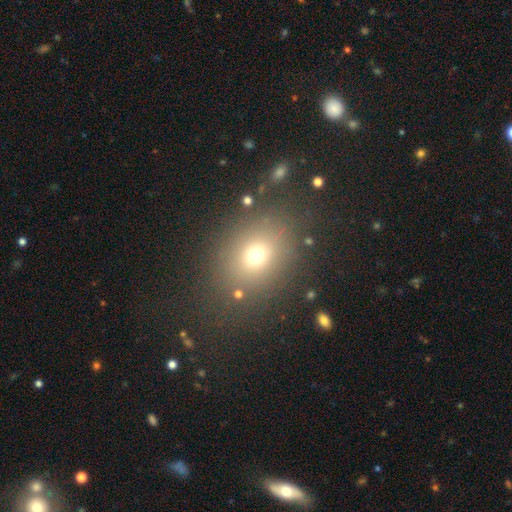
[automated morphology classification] Smooth or featured? Predicted: smooth (p=0.70). How rounded? Predicted: round (p=0.53). Merging? Predicted: none (p=0.81).